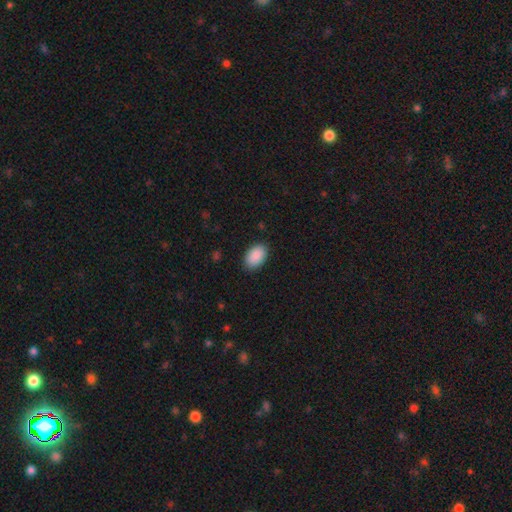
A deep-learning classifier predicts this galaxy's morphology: smooth 91%, star or artifact 6%, featured or disk 3%. Down the decision tree: how rounded — in between (91%); merging — none (88%).